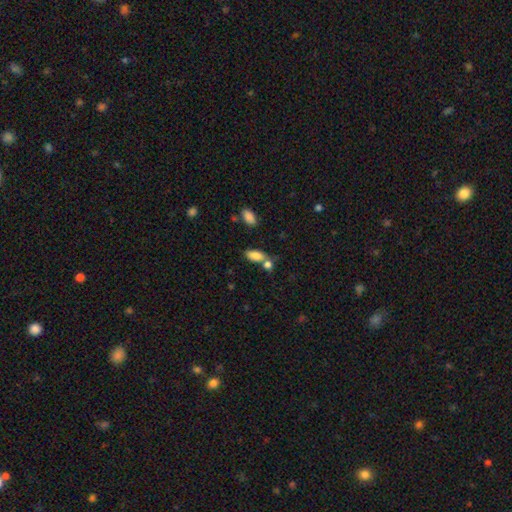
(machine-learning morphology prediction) This is clearly a smooth galaxy (83%). How rounded: clearly in between (86%). Merging: possibly none (48%).